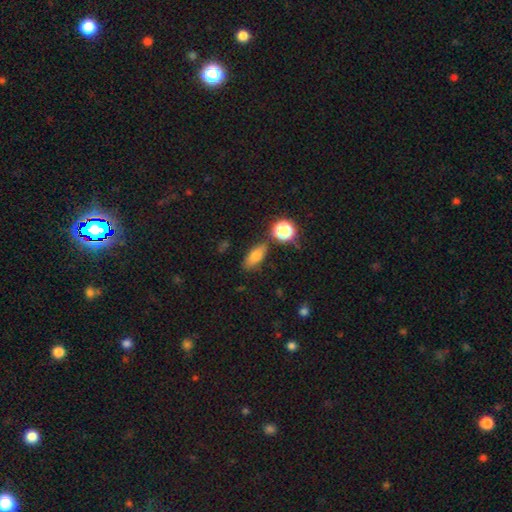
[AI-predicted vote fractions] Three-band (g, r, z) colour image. It shows a smooth galaxy with no disk features (73%) that is in between round and cigar-shaped (74%). Merging: none (76%).